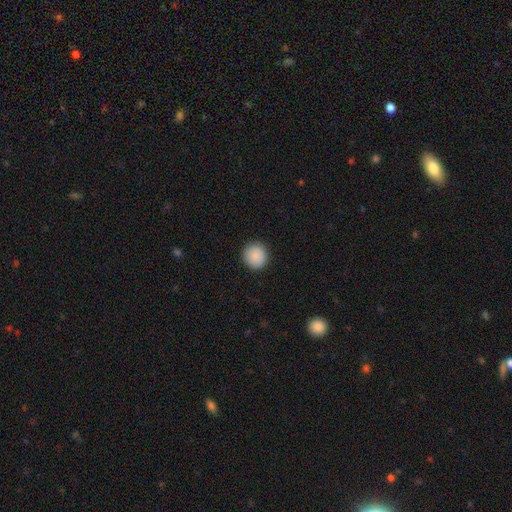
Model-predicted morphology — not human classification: This is clearly a smooth galaxy (88%). How rounded: clearly round (93%). Merging: clearly none (91%).